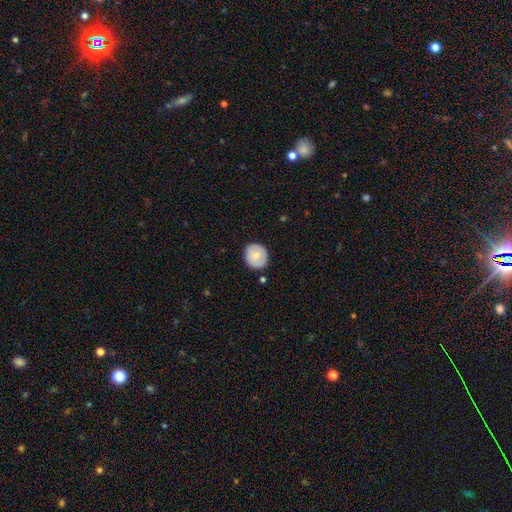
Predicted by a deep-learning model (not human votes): Q: Smooth or featured?
A: smooth (72%); runner-up: featured or disk (21%)
Q: How rounded?
A: round (75%); runner-up: in between (25%)
Q: Merging?
A: none (85%); runner-up: minor disturbance (11%)